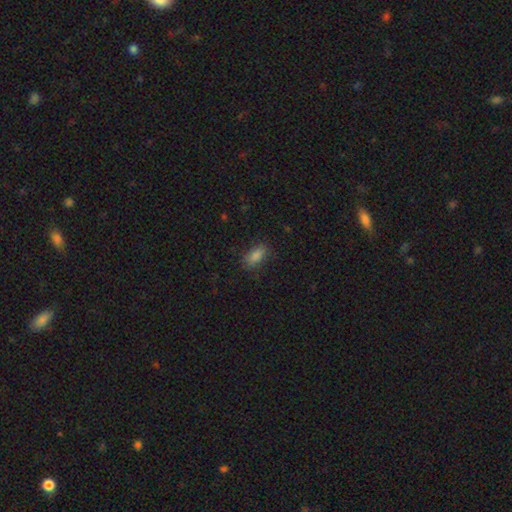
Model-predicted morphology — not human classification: Smooth or featured? smooth (83%)
How rounded? in between (86%)
Merging? none (81%)